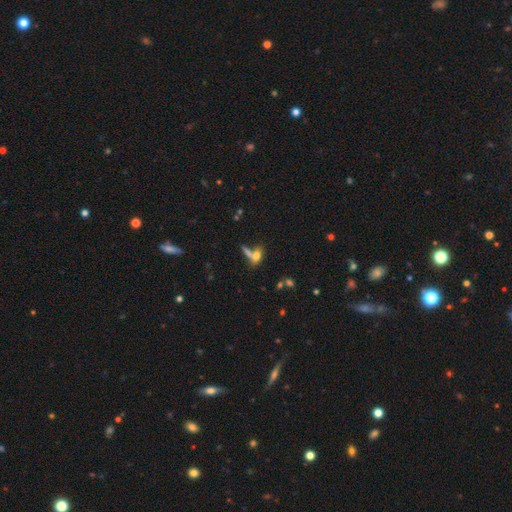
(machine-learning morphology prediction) This is likely a smooth galaxy (64%). How rounded: possibly in between (59%). Merging: marginally none (39%, tied with merger).